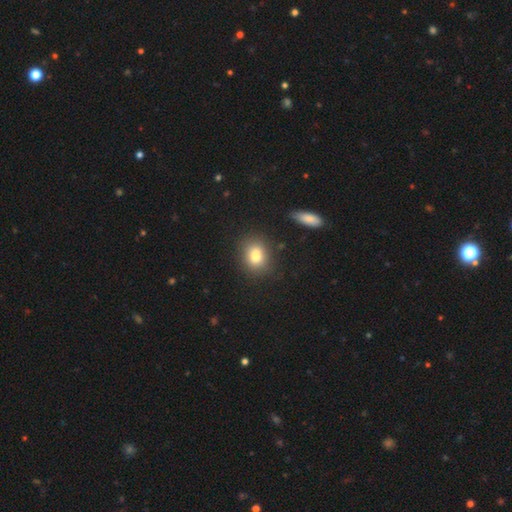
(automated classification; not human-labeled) Q: Smooth or featured?
A: smooth (80%); runner-up: star or artifact (11%)
Q: How rounded?
A: in between (51%); runner-up: round (48%)
Q: Merging?
A: none (83%); runner-up: minor disturbance (10%)